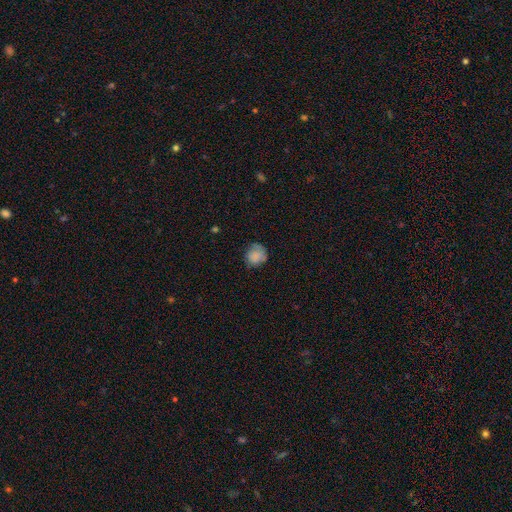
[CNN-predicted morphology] Smooth or featured?
  - smooth: 80% *
  - featured or disk: 10%
  - star or artifact: 9%
How rounded?
  - round: 77% *
  - in between: 22%
  - cigar-shaped: 1%
Merging?
  - none: 62% *
  - minor disturbance: 27%
  - major disturbance: 9%
  - merger: 2%